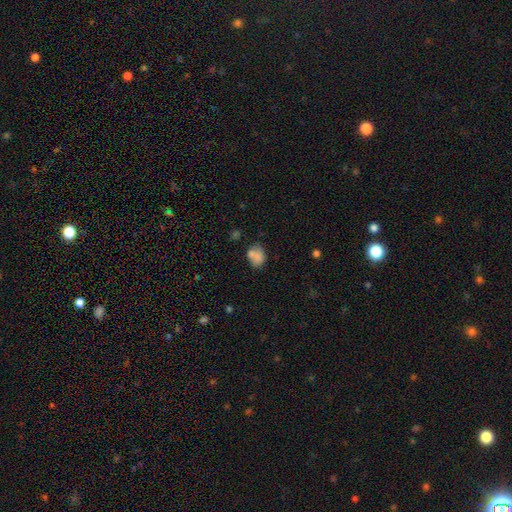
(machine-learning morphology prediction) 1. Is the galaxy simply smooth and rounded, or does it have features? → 78% smooth, 13% featured or disk, 10% star or artifact.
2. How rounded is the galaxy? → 57% in between, 42% round, 1% cigar-shaped.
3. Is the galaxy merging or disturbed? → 51% none, 22% merger, 20% minor disturbance, 7% major disturbance.